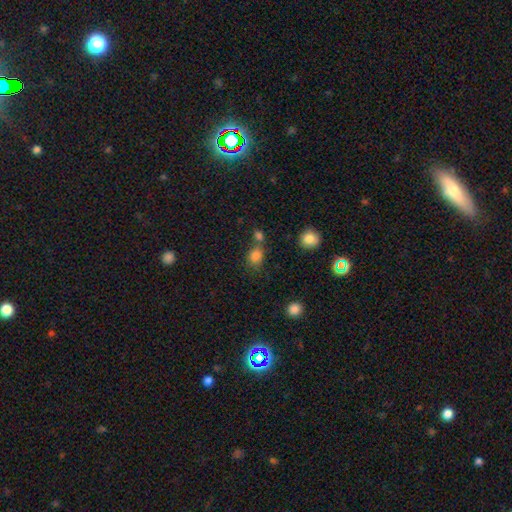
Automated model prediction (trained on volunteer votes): Q: Smooth or featured?
A: smooth (81%); runner-up: star or artifact (13%)
Q: How rounded?
A: round (51%); runner-up: in between (48%)
Q: Merging?
A: none (55%); runner-up: merger (26%)